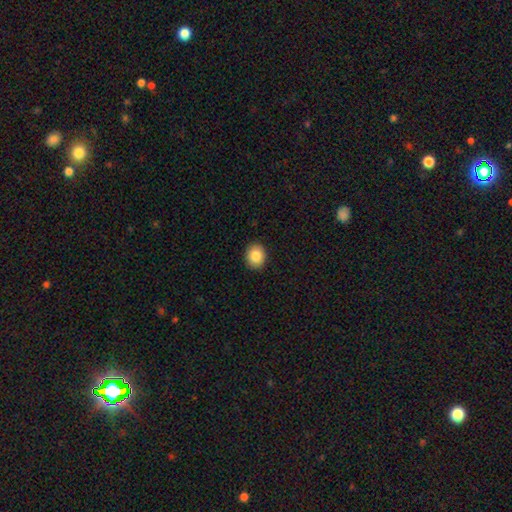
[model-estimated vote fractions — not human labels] This appears to be a smooth galaxy with no disk features (85%) that is round (62%). Merging: none (91%).